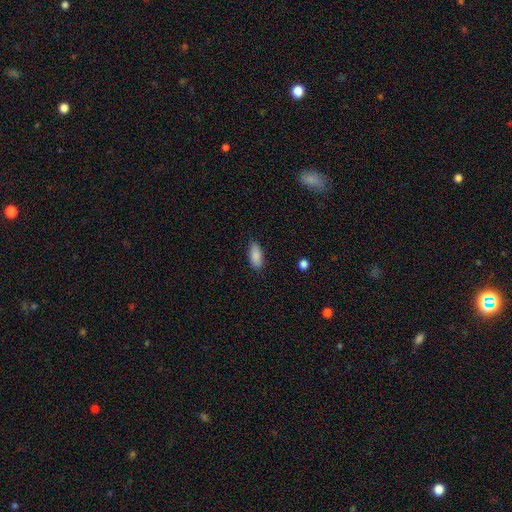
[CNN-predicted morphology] This is clearly a smooth galaxy (88%). How rounded: clearly in between (88%). Merging: clearly none (86%).